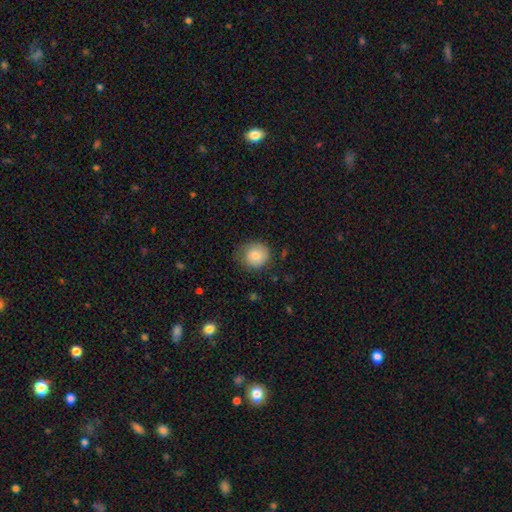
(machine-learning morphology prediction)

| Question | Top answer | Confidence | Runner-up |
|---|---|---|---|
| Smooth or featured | smooth | 81% | featured or disk (11%) |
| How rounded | round | 87% | in between (12%) |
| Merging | none | 69% | minor disturbance (23%) |